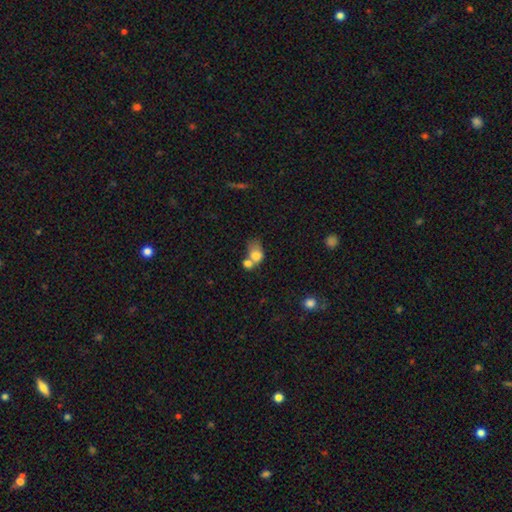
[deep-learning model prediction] Morphology: type=smooth (75%); roundness=in between (66%); merging=merger (62%).